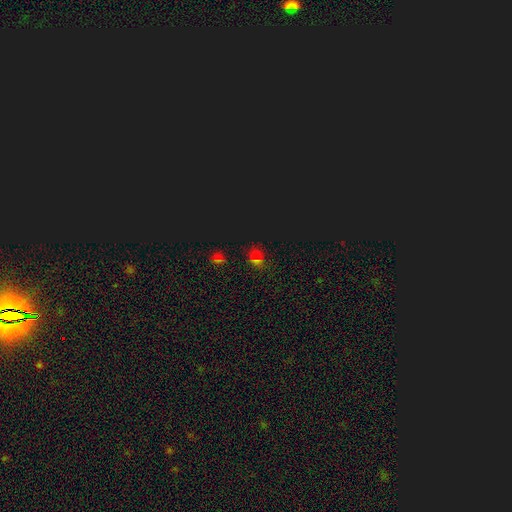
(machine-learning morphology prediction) Q: Smooth or featured?
A: star or artifact (61%); runner-up: smooth (32%)